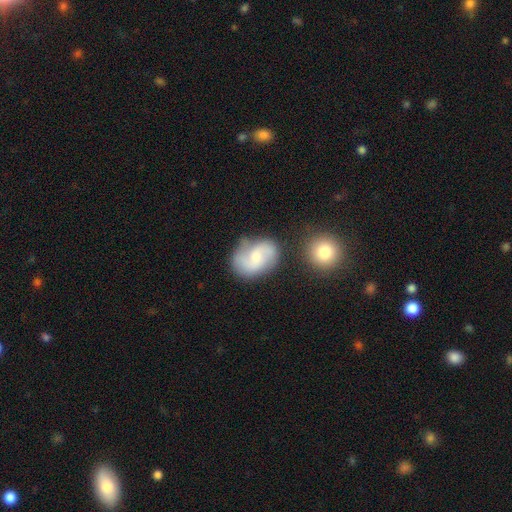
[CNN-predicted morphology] A featured or disk galaxy (69%) with no bar (52%), 2 (85%) medium (47%) spiral arms (93%) and a small central bulge (51%).

Vote fractions:
- Smooth or featured? featured or disk: 69% / smooth: 24% / star or artifact: 7%
- Edge-on disk? no: 97% / yes: 3%
- Bar? no: 52% / weak: 41% / strong: 7%
- Spiral arms? yes: 93% / no: 7%
- Spiral winding? medium: 47% / loose: 36% / tight: 17%
- Spiral arm count? 2: 85% / can't tell: 7% / 3: 4% / 1: 3% / 4: 1% / more than 4: 1%
- Bulge size? small: 51% / moderate: 42% / none: 4% / large: 3% / dominant: 1%
- Merging? none: 68% / minor disturbance: 18% / merger: 9% / major disturbance: 6%